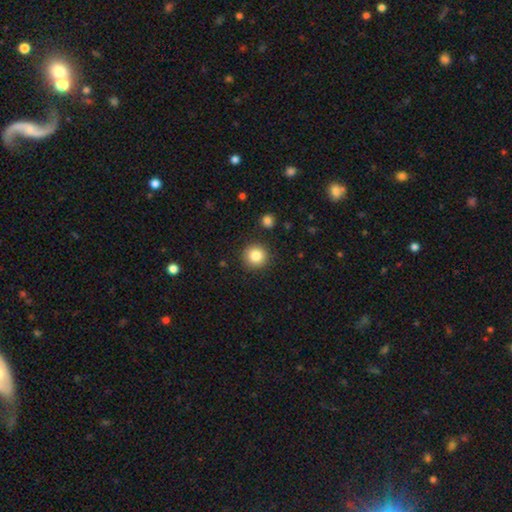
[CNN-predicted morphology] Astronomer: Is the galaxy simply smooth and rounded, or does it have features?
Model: smooth — 84%.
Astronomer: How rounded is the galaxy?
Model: round — 95%.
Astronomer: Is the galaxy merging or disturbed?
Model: none — 90%.